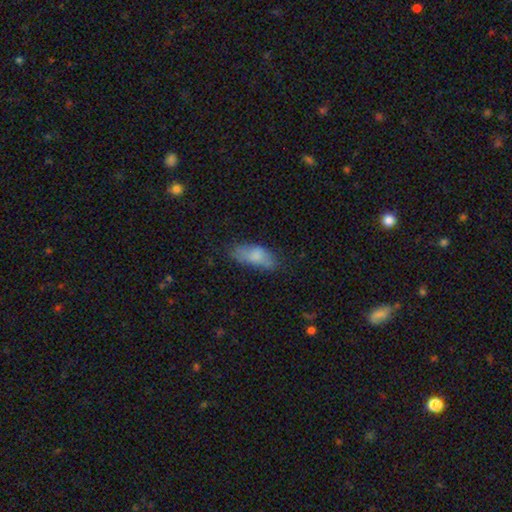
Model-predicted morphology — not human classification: Smooth or featured?
  - smooth: 76% *
  - featured or disk: 16%
  - star or artifact: 8%
How rounded?
  - in between: 81% *
  - cigar-shaped: 16%
  - round: 3%
Merging?
  - none: 56% *
  - minor disturbance: 30%
  - major disturbance: 11%
  - merger: 3%